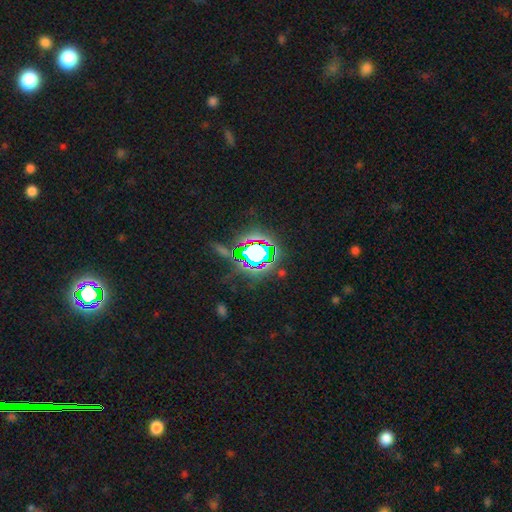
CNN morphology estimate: smooth_or_featured: star or artifact (p=0.82) [alt: smooth p=0.11]